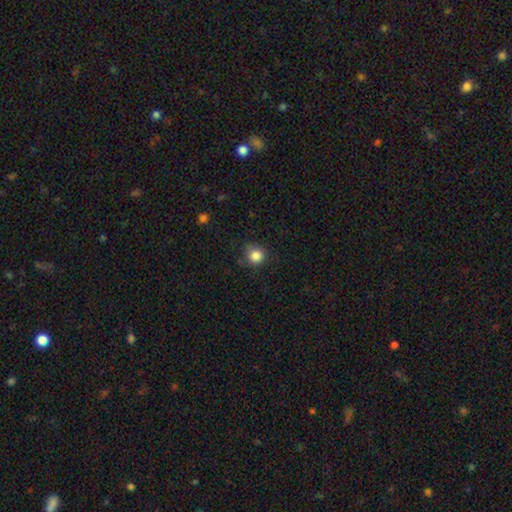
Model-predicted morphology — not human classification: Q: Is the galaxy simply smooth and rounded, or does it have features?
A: smooth — 85%.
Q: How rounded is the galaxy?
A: round — 90%.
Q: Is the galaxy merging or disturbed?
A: none — 80%.